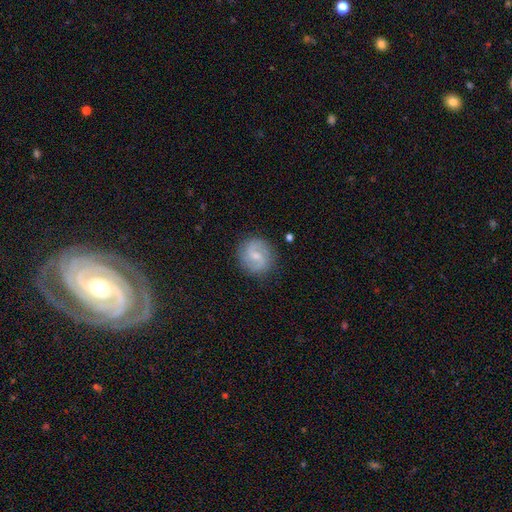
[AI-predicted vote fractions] A featured or disk galaxy (79%) with a weak bar (55%), 2 (92%) medium (53%) spiral arms (96%) and a small central bulge (54%).

Vote fractions:
- Smooth or featured? featured or disk: 79% / smooth: 16% / star or artifact: 6%
- Edge-on disk? no: 98% / yes: 2%
- Bar? weak: 55% / no: 33% / strong: 12%
- Spiral arms? yes: 96% / no: 4%
- Spiral winding? medium: 53% / tight: 24% / loose: 24%
- Spiral arm count? 2: 92% / can't tell: 3% / 1: 1% / 3: 1% / 4: 1% / more than 4: 1%
- Bulge size? small: 54% / moderate: 37% / none: 7% / large: 2% / dominant: 1%
- Merging? none: 86% / minor disturbance: 10% / major disturbance: 3% / merger: 1%